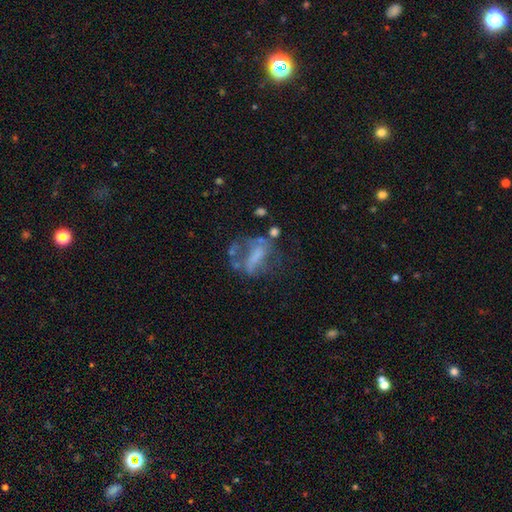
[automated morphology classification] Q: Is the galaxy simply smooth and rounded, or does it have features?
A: featured or disk — 53%.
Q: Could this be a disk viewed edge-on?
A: no — 93%.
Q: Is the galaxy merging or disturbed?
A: major disturbance — 35%.